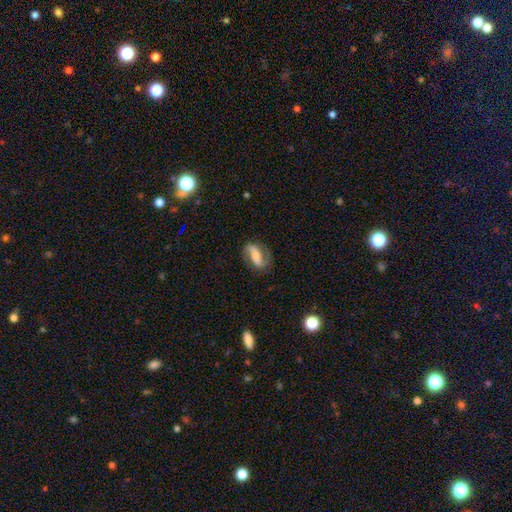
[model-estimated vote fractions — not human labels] Morphology: type=featured or disk (72%); edge-on=no (94%); bar=strong (40%); spiral arms=yes (92%); winding=loose (55%); arm count=2 (89%); bulge=moderate (41%); merging=none (77%).